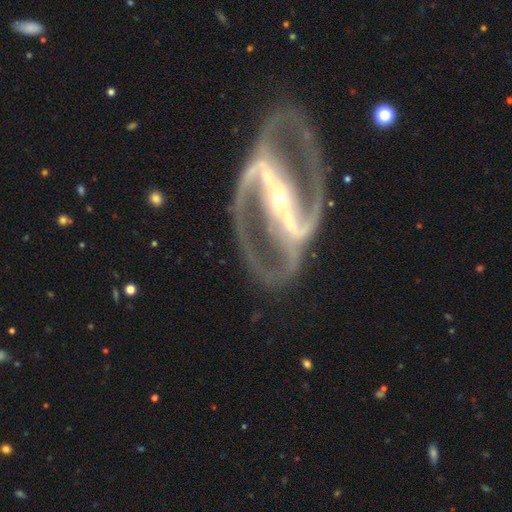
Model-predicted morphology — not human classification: Smooth or featured?
  - featured or disk: 93% *
  - star or artifact: 4%
  - smooth: 2%
Edge-on disk?
  - no: 96% *
  - yes: 4%
Bar?
  - strong: 82% *
  - weak: 11%
  - no: 7%
Spiral arms?
  - yes: 98% *
  - no: 2%
Spiral winding?
  - medium: 59% *
  - tight: 22%
  - loose: 19%
Spiral arm count?
  - 2: 93% *
  - 3: 2%
  - can't tell: 2%
  - 1: 1%
  - 4: 1%
  - more than 4: 1%
Bulge size?
  - small: 78% *
  - moderate: 18%
  - large: 2%
  - none: 1%
  - dominant: 1%
Merging?
  - none: 74% *
  - minor disturbance: 13%
  - major disturbance: 10%
  - merger: 3%